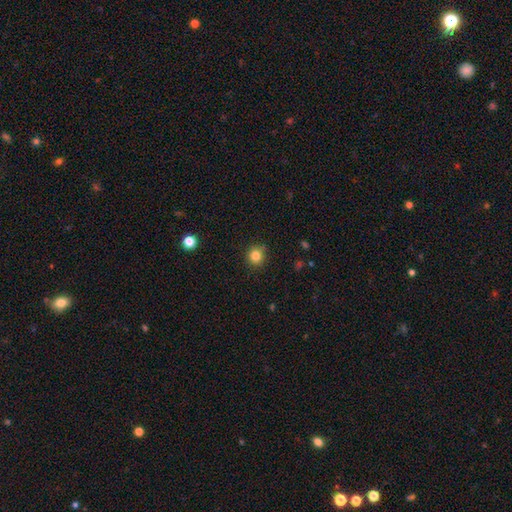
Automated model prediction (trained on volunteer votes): smooth 83%, star or artifact 12%, featured or disk 5%. Down the decision tree: how rounded — round (91%); merging — none (87%).